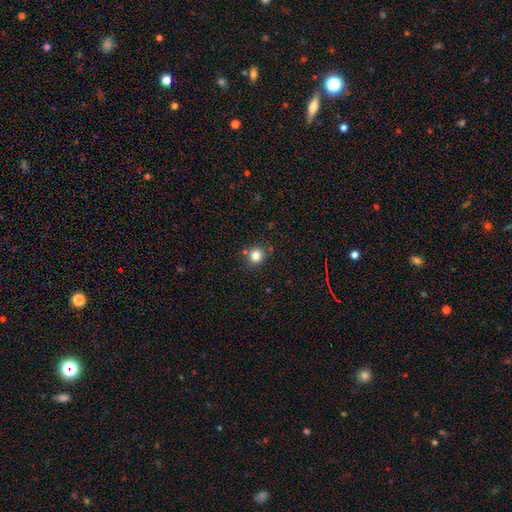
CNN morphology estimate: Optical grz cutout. It shows a smooth galaxy with no disk features (82%) that is round (89%). Merging: none (82%).